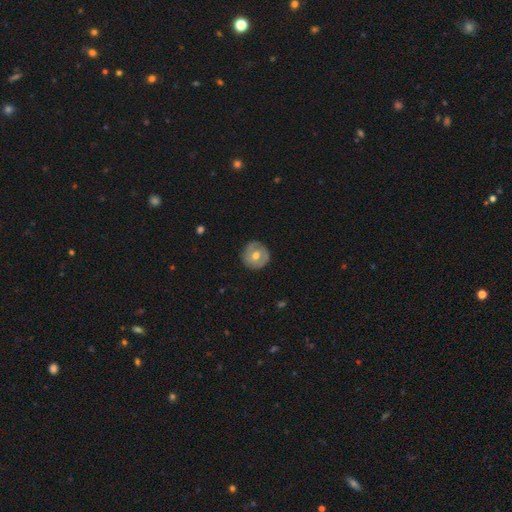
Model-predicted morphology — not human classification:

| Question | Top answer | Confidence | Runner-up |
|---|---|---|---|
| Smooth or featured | featured or disk | 48% | smooth (46%) |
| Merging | none | 83% | minor disturbance (13%) |